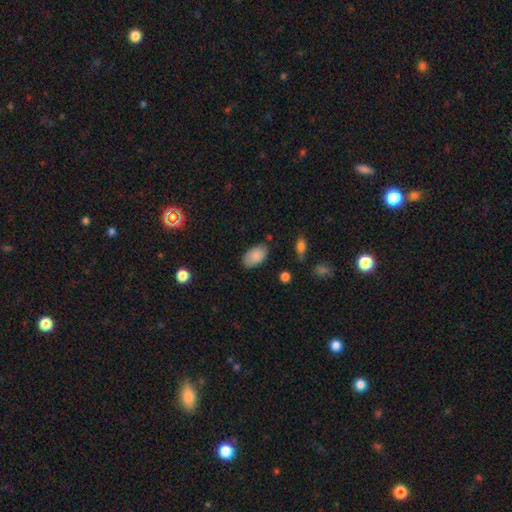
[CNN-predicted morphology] smooth-or-featured: smooth: 86% | star or artifact: 7% | featured or disk: 7%
  how-rounded: in between: 93% | round: 5% | cigar-shaped: 1%
  merging: none: 79% | minor disturbance: 16% | major disturbance: 3% | merger: 2%